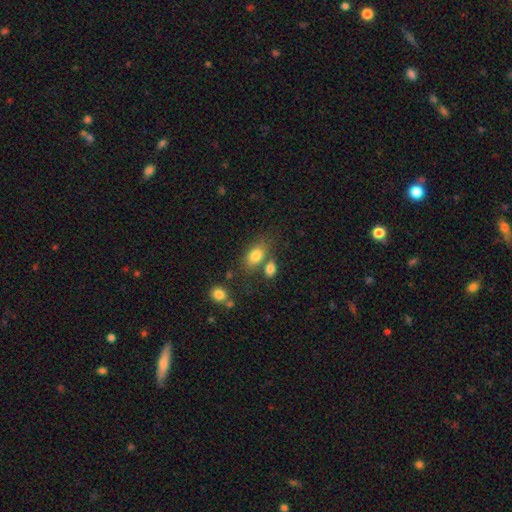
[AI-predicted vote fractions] smooth 81%, featured or disk 10%, star or artifact 9%. Down the decision tree: how rounded — in between (85%); merging — none (56%).